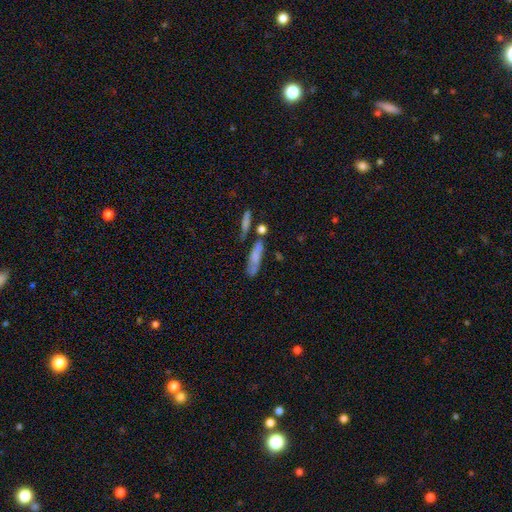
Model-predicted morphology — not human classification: Overall: smooth (60%; featured or disk 31%). How rounded: cigar-shaped (68%; in between 29%). Merging: none (56%; minor disturbance 19%).